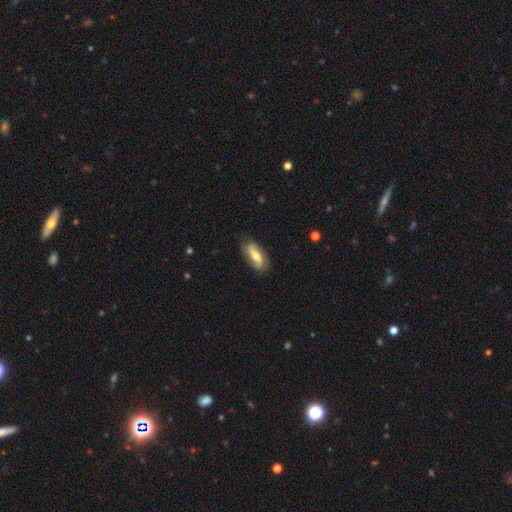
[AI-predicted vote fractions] Overall: featured or disk (62%; smooth 32%). Edge-on disk: no (85%). Bar: weak (35%; no 33%). Spiral arms: yes (84%). Bulge size: moderate (63%; small 28%). Merging: none (81%).